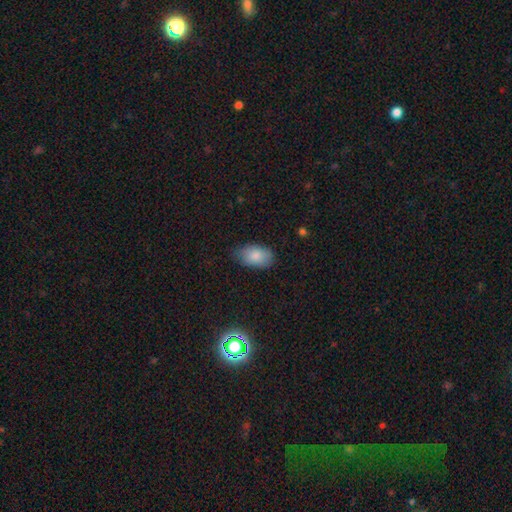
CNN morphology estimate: smooth_or_featured: smooth (p=0.85) [alt: featured or disk p=0.08]
how_rounded: in between (p=0.91) [alt: round p=0.07]
merging: none (p=0.73) [alt: minor disturbance p=0.22]